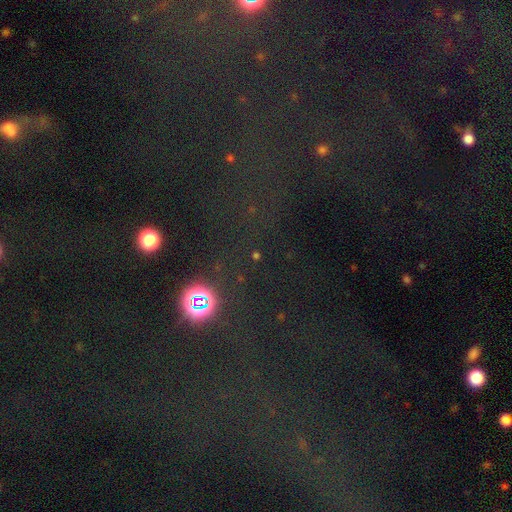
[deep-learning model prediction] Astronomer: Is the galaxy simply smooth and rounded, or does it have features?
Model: star or artifact — 75%.